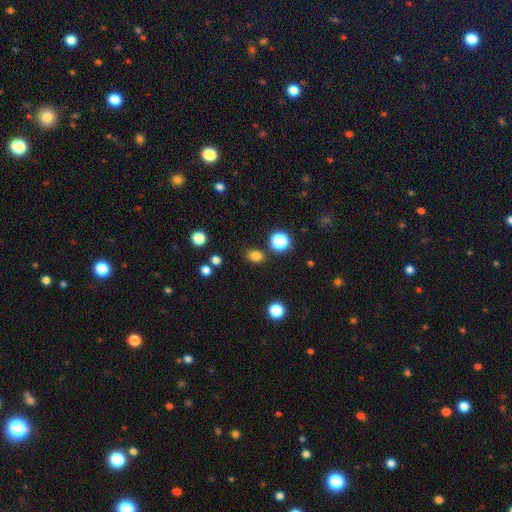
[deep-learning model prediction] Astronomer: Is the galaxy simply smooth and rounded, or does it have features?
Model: smooth — 79%.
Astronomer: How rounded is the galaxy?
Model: round — 50% (runner-up: in between, 49%).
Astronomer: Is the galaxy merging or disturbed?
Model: none — 84%.